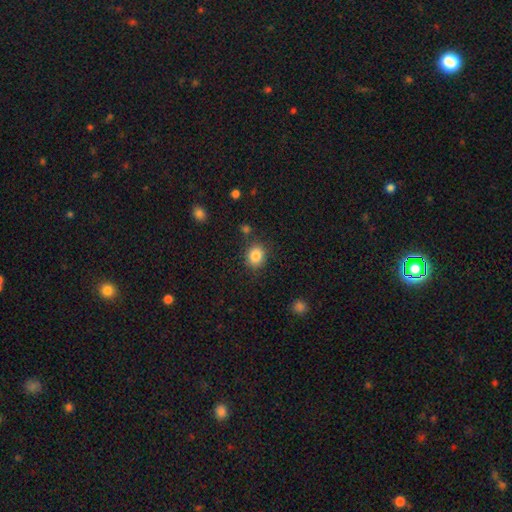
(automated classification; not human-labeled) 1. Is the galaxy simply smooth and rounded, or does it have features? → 85% smooth, 10% star or artifact, 6% featured or disk.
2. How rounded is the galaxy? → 72% round, 28% in between, 1% cigar-shaped.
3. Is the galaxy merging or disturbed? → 83% none, 11% minor disturbance, 3% merger, 3% major disturbance.